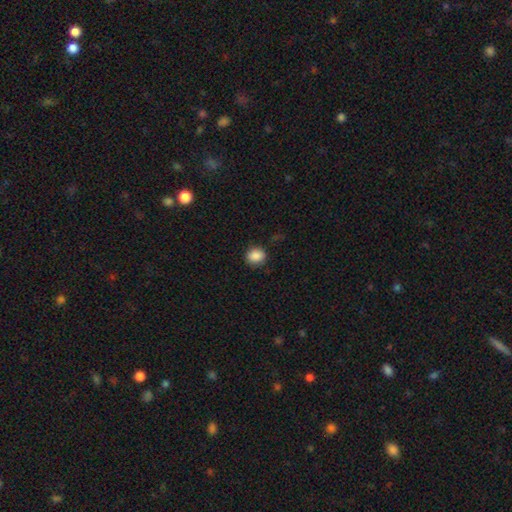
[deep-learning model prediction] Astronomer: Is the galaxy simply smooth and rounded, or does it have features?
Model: smooth — 88%.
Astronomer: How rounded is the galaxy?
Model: round — 75%.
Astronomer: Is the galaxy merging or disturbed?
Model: none — 85%.